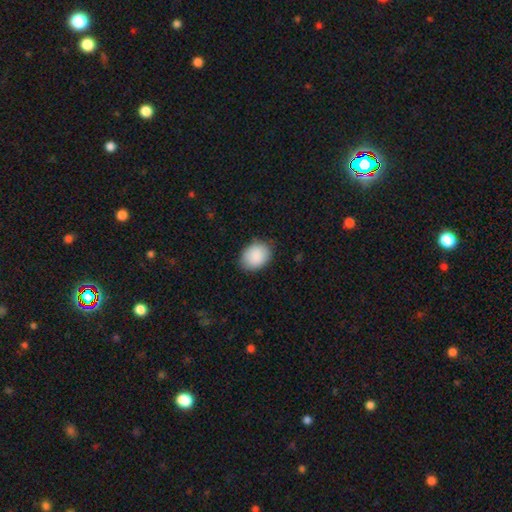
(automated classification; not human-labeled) Morphology: type=smooth (90%); roundness=in between (65%); merging=none (83%).